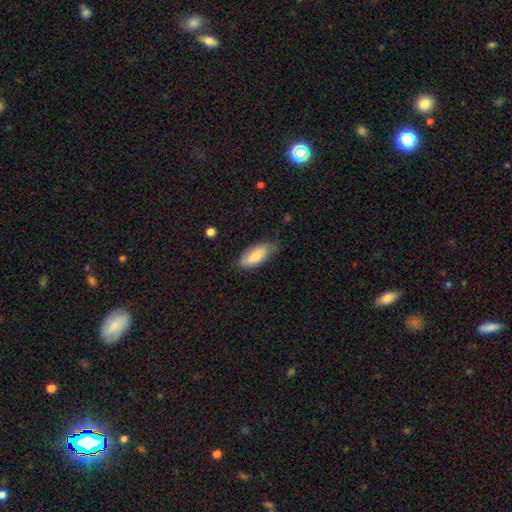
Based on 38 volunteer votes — This is possibly a smooth galaxy (58%). How rounded: likely in between (64%). Merging: possibly none (56%).